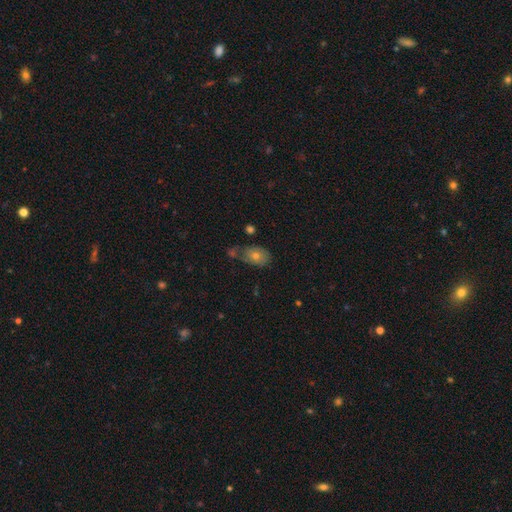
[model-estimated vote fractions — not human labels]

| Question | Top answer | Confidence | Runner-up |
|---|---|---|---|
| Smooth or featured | smooth | 60% | featured or disk (26%) |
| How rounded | in between | 76% | round (23%) |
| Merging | none | 54% | minor disturbance (22%) |